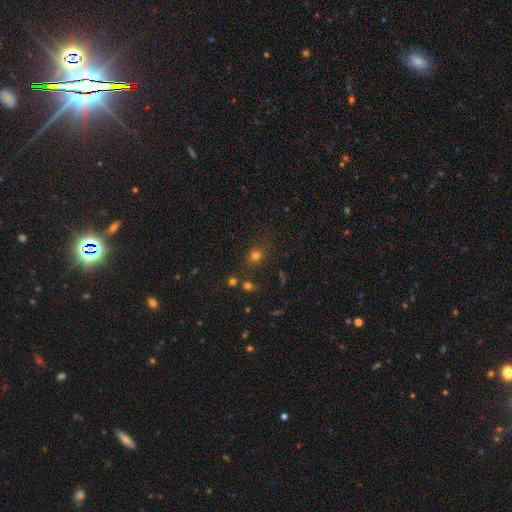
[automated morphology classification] This appears to be a smooth galaxy with no disk features (71%) that is round (69%). Merging: none (74%).